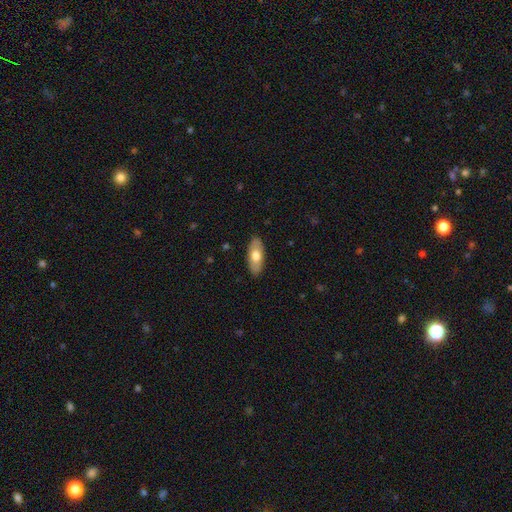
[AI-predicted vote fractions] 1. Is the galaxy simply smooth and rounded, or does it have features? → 68% smooth, 26% featured or disk, 6% star or artifact.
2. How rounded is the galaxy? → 83% in between, 14% cigar-shaped, 3% round.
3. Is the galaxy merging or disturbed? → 88% none, 9% minor disturbance, 2% major disturbance, 1% merger.